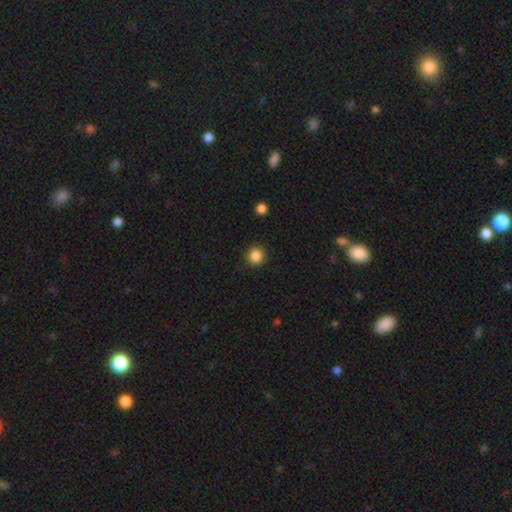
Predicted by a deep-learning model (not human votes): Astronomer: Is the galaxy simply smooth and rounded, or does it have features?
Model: smooth — 86%.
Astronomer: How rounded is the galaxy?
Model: round — 93%.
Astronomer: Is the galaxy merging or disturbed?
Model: none — 91%.